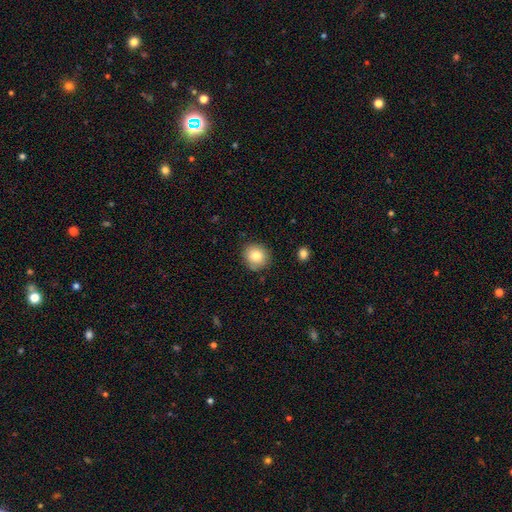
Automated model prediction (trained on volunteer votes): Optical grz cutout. It shows a smooth galaxy with no disk features (81%) that is round (87%). Merging: none (87%).